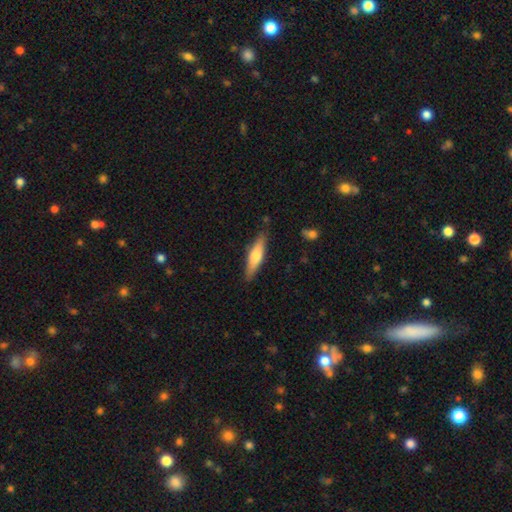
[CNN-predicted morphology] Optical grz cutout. It shows a smooth galaxy with no disk features (58%) that is cigar-shaped (73%). Merging: none (85%).